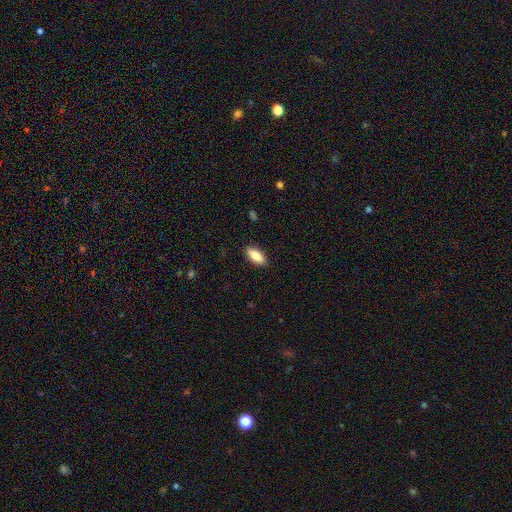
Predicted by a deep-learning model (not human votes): The model was most divided on "how rounded": in between: 82%, cigar-shaped: 15%, round: 2%. More confident: merging — none (87%); smooth or featured — smooth (84%).